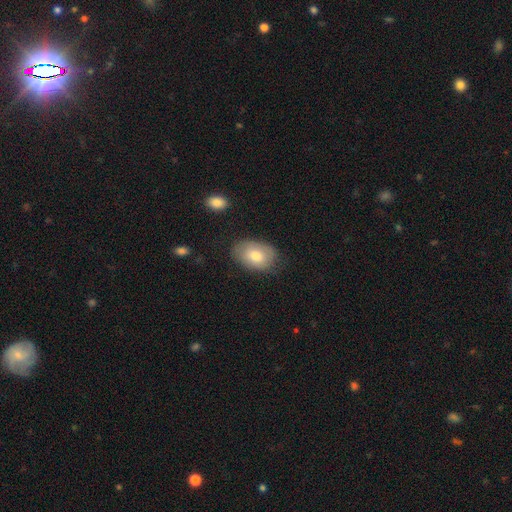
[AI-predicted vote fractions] A smooth galaxy with no disk features (74%) that is in between round and cigar-shaped (86%). Merging: none (75%).